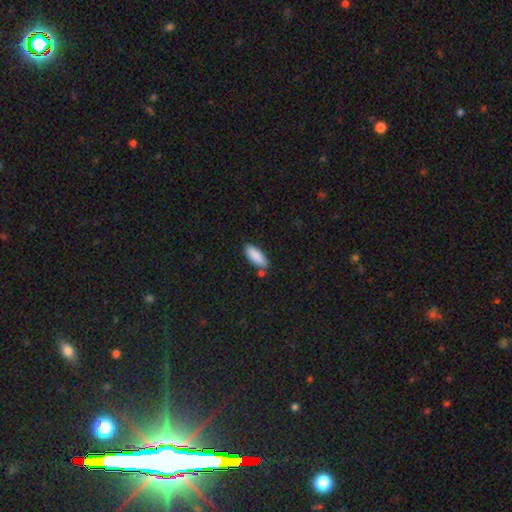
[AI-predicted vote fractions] Smooth or featured: smooth — 89% (star or artifact — 6%)
How rounded: in between — 72% (cigar-shaped — 26%)
Merging: none — 78% (minor disturbance — 13%)